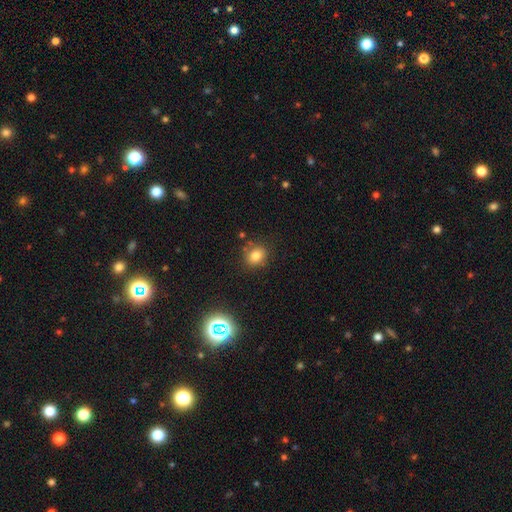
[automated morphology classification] A smooth galaxy with no disk features (78%) that is round (71%). Merging: none (76%).